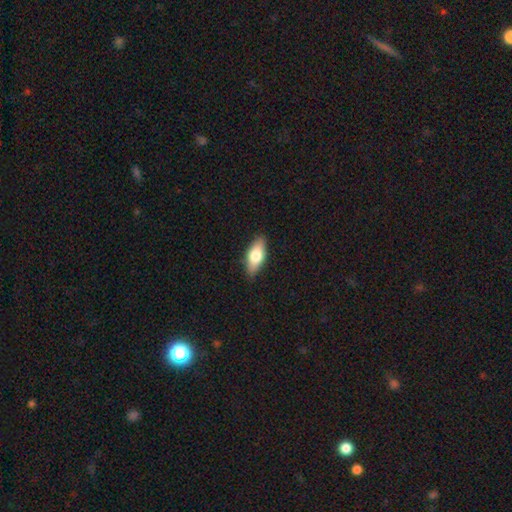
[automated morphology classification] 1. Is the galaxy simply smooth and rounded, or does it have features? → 72% smooth, 22% featured or disk, 6% star or artifact.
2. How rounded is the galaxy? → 82% in between, 16% cigar-shaped, 3% round.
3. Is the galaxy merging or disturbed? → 86% none, 11% minor disturbance, 2% major disturbance, 1% merger.